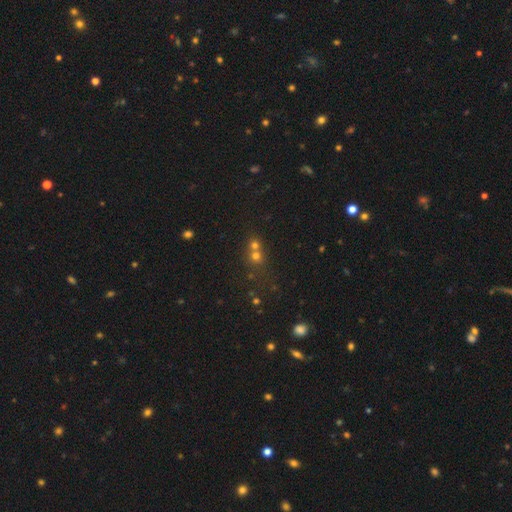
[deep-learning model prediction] The model was most divided on "merging": merger: 52%, none: 40%, minor disturbance: 5%, major disturbance: 3%. More confident: how rounded — round (83%); smooth or featured — smooth (60%).